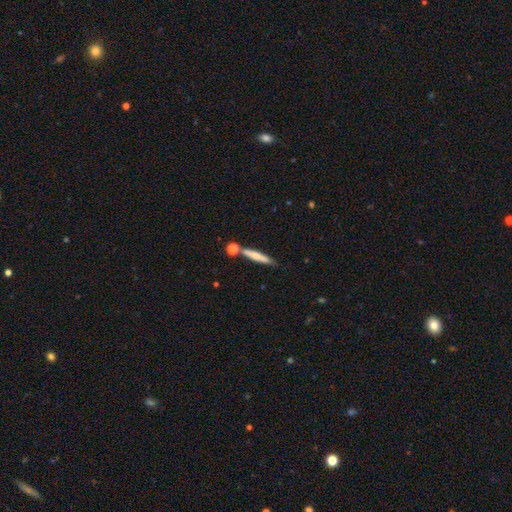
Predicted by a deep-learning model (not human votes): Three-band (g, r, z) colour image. It shows a smooth galaxy with no disk features (54%) that is cigar-shaped (89%). Merging: none (71%).